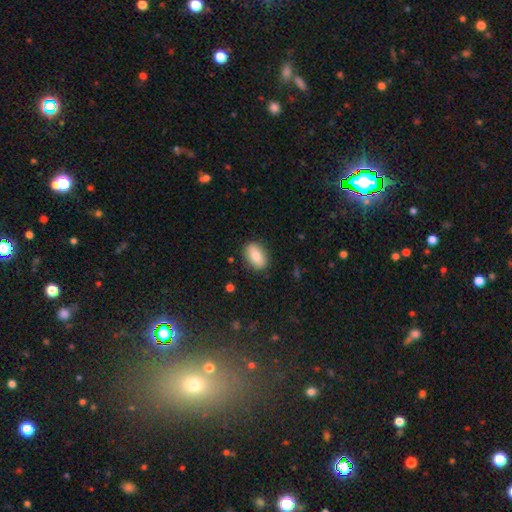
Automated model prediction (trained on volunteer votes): A smooth galaxy with no disk features (77%) that is in between round and cigar-shaped (88%).

Vote fractions:
- Smooth or featured? smooth: 77% / featured or disk: 16% / star or artifact: 7%
- How rounded? in between: 88% / round: 8% / cigar-shaped: 3%
- Merging? none: 86% / minor disturbance: 11% / major disturbance: 3% / merger: 1%